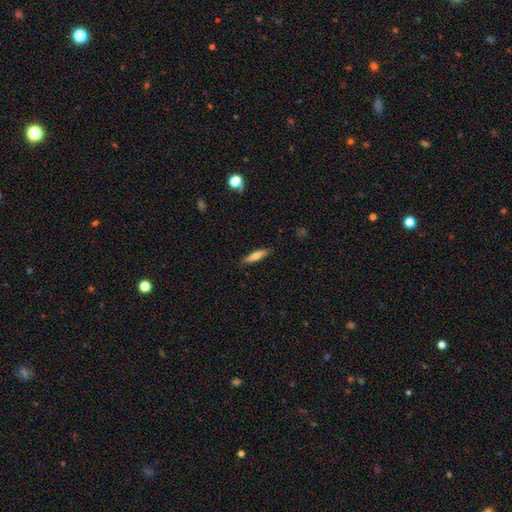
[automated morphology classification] The model was most divided on "smooth or featured": smooth: 62%, featured or disk: 31%, star or artifact: 7%. More confident: merging — none (87%); how rounded — cigar-shaped (77%).